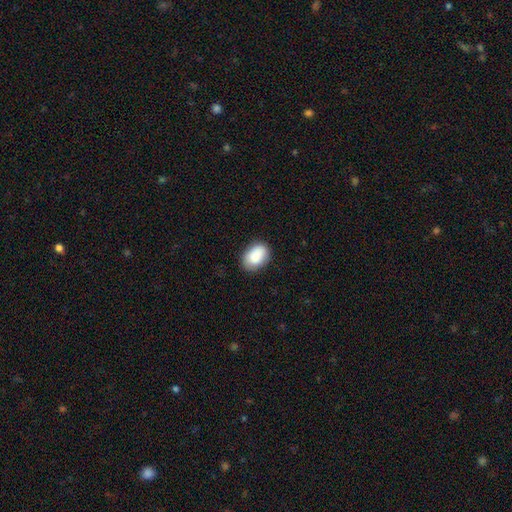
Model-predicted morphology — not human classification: smooth 88%, star or artifact 7%, featured or disk 5%. Down the decision tree: how rounded — in between (82%); merging — none (82%).